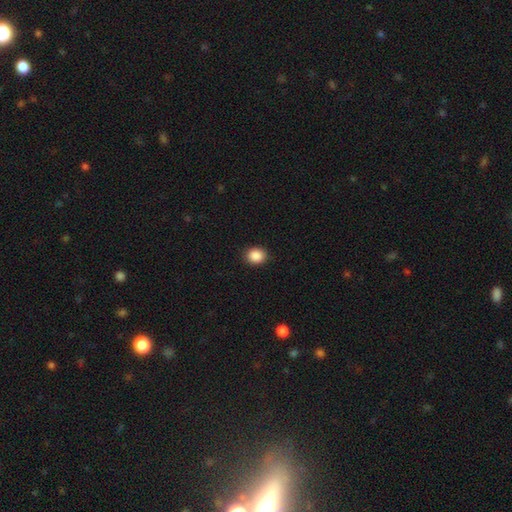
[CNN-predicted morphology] Smooth or featured?
  - smooth: 89% *
  - star or artifact: 9%
  - featured or disk: 3%
How rounded?
  - round: 69% *
  - in between: 30%
  - cigar-shaped: 1%
Merging?
  - none: 90% *
  - minor disturbance: 7%
  - major disturbance: 2%
  - merger: 1%